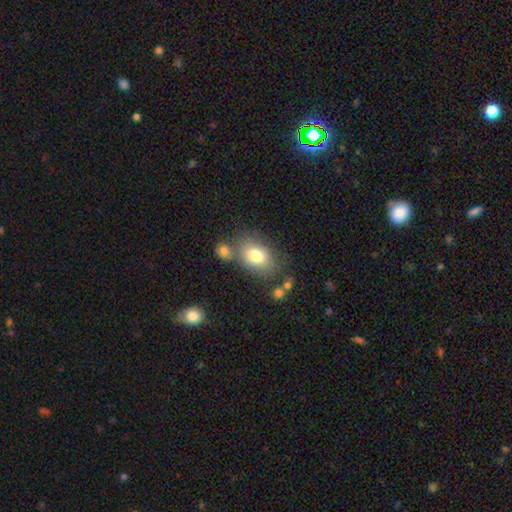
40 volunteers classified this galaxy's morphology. Volunteers were most divided on "merging": none: 62%, merger: 22%, minor disturbance: 11%, major disturbance: 5%. More confident: smooth or featured — smooth (80%); how rounded — in between (75%).